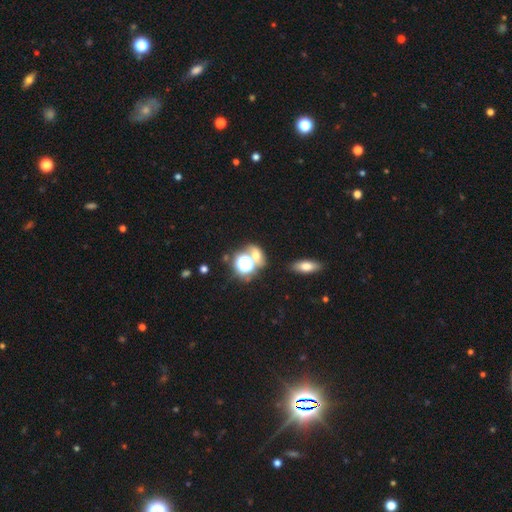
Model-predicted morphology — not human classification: Q: Smooth or featured?
A: smooth (51%); runner-up: star or artifact (37%)
Q: How rounded?
A: round (55%); runner-up: in between (41%)
Q: Merging?
A: none (57%); runner-up: merger (27%)